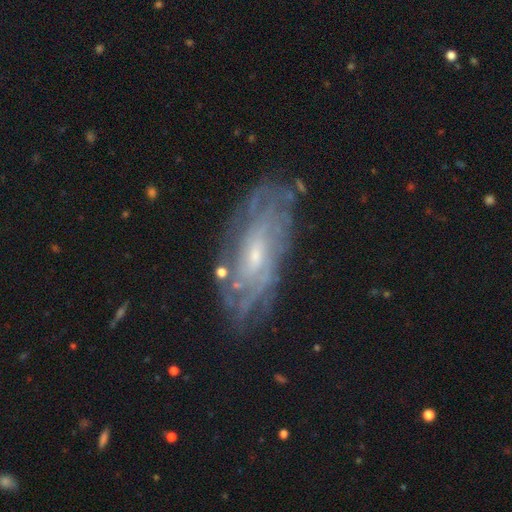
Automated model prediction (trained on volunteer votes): Morphology: type=featured or disk (80%); edge-on=no (89%); bar=no (59%); spiral arms=yes (89%); winding=tight (70%); arm count=can't tell (57%); bulge=small (69%); merging=none (77%).